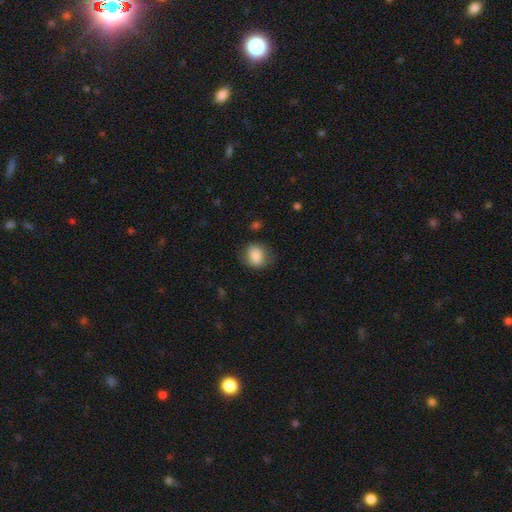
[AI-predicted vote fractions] smooth_or_featured: smooth (p=0.82) [alt: featured or disk p=0.11]
how_rounded: round (p=0.53) [alt: in between p=0.46]
merging: none (p=0.65) [alt: minor disturbance p=0.24]